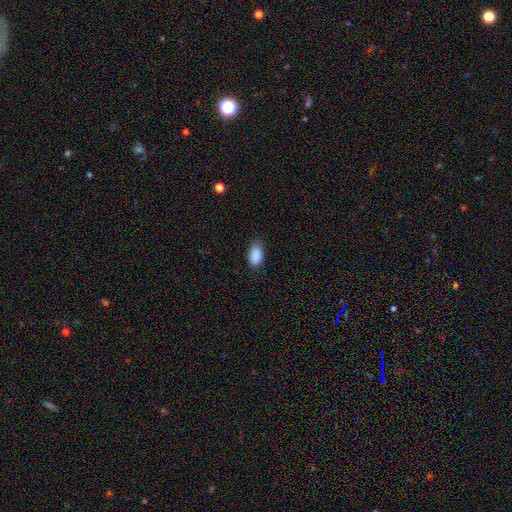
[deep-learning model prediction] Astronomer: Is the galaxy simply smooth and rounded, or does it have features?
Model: smooth — 89%.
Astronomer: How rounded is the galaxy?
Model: in between — 93%.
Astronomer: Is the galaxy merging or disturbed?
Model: none — 77%.